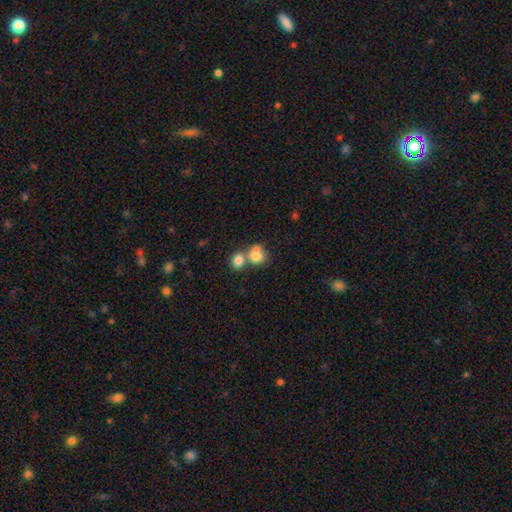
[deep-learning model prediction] This is likely a smooth galaxy (78%). How rounded: likely round (72%). Merging: possibly merger (58%).